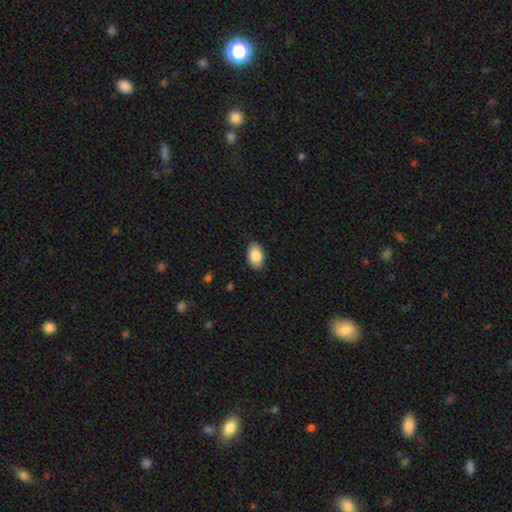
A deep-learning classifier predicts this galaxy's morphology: A smooth galaxy with no disk features (85%) that is in between round and cigar-shaped (90%).

Vote fractions:
- Smooth or featured? smooth: 85% / featured or disk: 8% / star or artifact: 7%
- How rounded? in between: 90% / round: 8% / cigar-shaped: 1%
- Merging? none: 89% / minor disturbance: 8% / major disturbance: 2% / merger: 1%